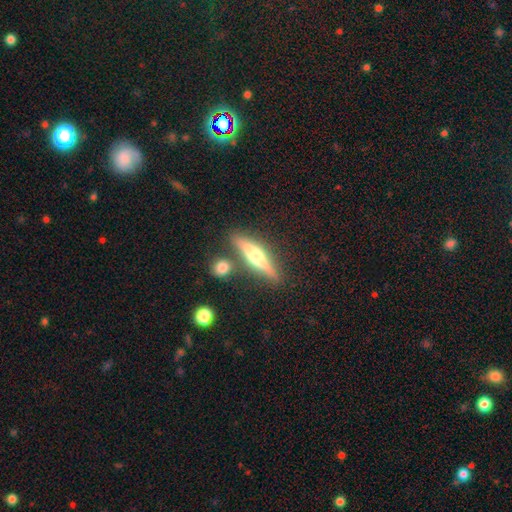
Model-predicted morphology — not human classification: Overall: featured or disk (59%; smooth 35%). Edge-on disk: yes (94%). Edge-on bulge: rounded (87%). Merging: none (79%).